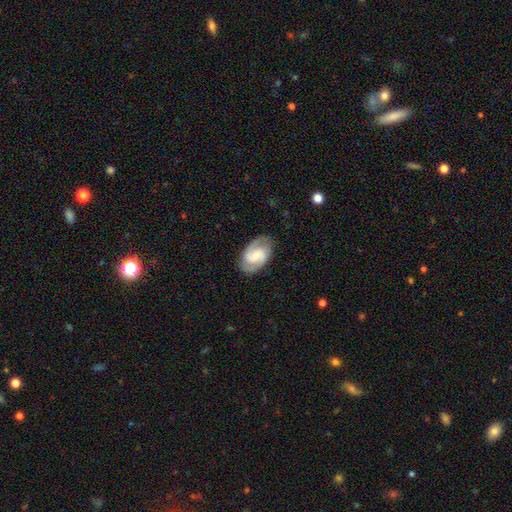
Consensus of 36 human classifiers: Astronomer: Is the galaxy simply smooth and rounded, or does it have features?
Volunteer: featured or disk — 86%.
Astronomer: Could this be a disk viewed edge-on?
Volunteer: no — 97%.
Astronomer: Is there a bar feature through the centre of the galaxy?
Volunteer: weak — 47% (runner-up: no, 43%).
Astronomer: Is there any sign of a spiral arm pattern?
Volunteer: yes — 100%.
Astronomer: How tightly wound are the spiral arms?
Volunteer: medium — 50% (runner-up: tight, 40%).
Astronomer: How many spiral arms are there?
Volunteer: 2 — 97%.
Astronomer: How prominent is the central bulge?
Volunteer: small — 60%.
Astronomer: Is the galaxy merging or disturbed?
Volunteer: none — 75%.